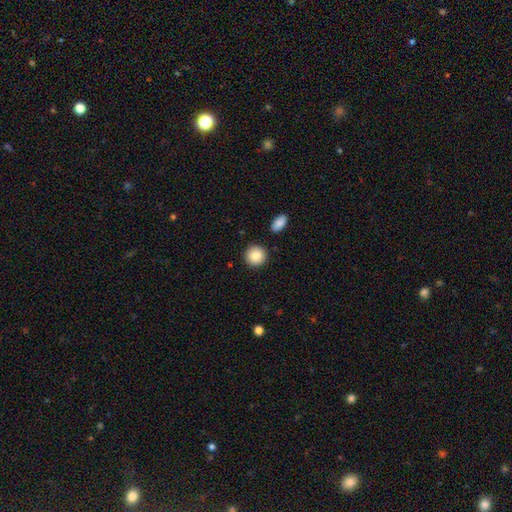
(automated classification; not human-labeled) smooth-or-featured: smooth: 86% | star or artifact: 8% | featured or disk: 6%
  how-rounded: round: 93% | in between: 6% | cigar-shaped: 1%
  merging: none: 89% | minor disturbance: 6% | merger: 3% | major disturbance: 2%